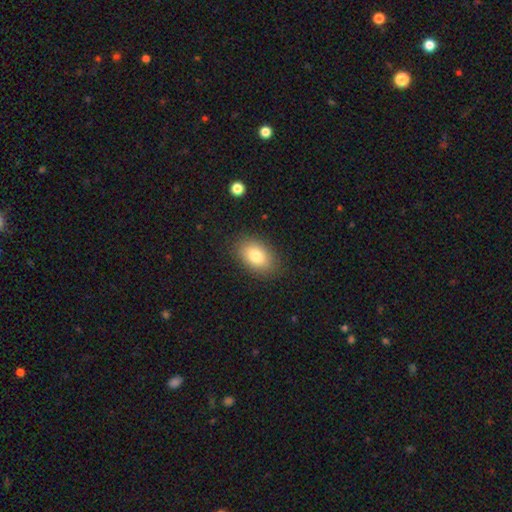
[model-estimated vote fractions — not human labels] smooth_or_featured: smooth (p=0.81) [alt: featured or disk p=0.11]
how_rounded: in between (p=0.88) [alt: round p=0.11]
merging: none (p=0.87) [alt: minor disturbance p=0.09]